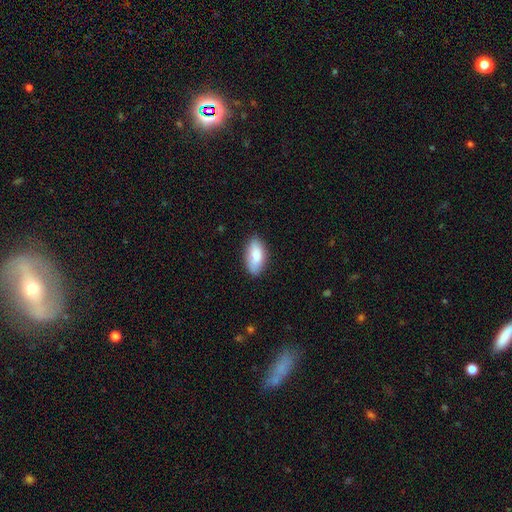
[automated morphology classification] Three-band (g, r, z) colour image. It shows a smooth galaxy with no disk features (84%) that is in between round and cigar-shaped (88%). Merging: none (84%).